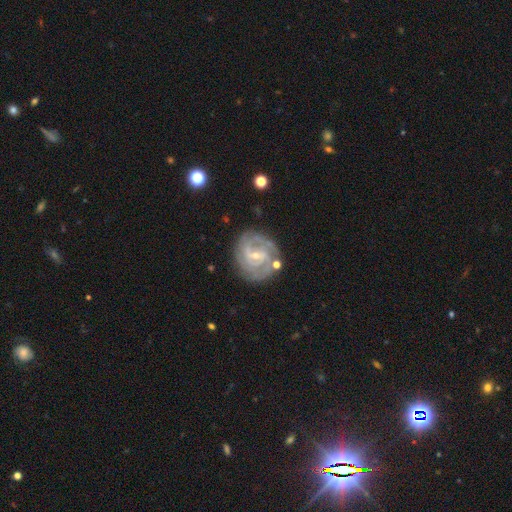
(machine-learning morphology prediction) featured or disk 84%, smooth 9%, star or artifact 6%. Down the decision tree: edge-on disk — no (97%); bar — weak (50%); spiral arms — yes (94%); spiral arm count — 2 (42%); spiral winding — tight (57%); bulge size — small (72%); merging — none (73%).